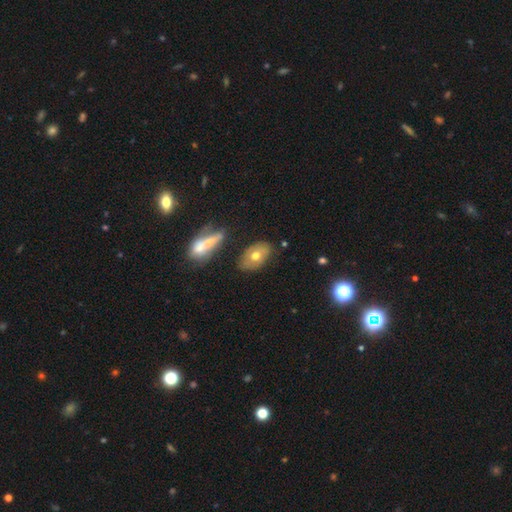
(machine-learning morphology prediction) smooth-or-featured: smooth: 58% | featured or disk: 35% | star or artifact: 8%
  how-rounded: in between: 87% | round: 11% | cigar-shaped: 2%
  merging: none: 73% | minor disturbance: 17% | merger: 5% | major disturbance: 5%